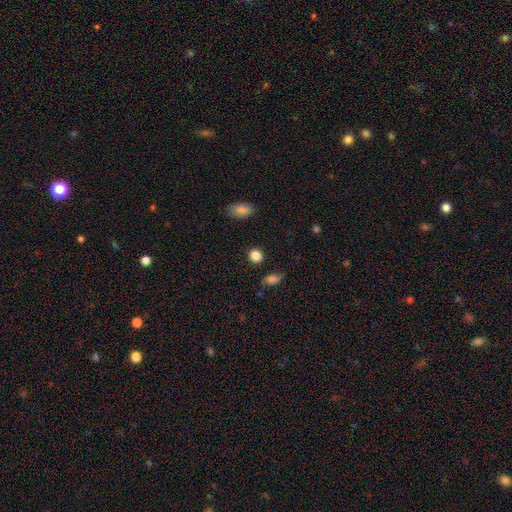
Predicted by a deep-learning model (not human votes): smooth-or-featured: smooth: 86% | star or artifact: 11% | featured or disk: 4%
  how-rounded: round: 84% | in between: 15% | cigar-shaped: 1%
  merging: none: 85% | minor disturbance: 9% | major disturbance: 3% | merger: 2%